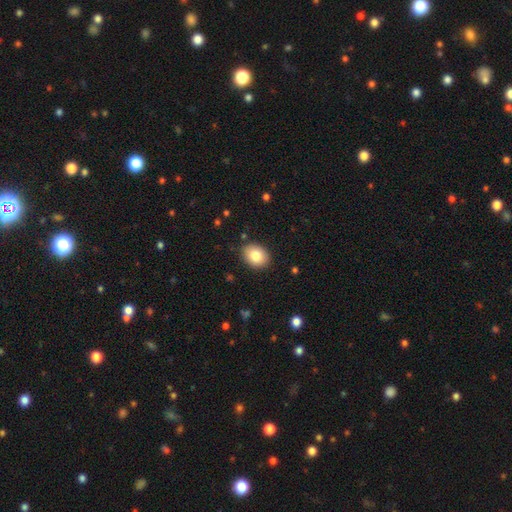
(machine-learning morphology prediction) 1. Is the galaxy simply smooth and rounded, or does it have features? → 82% smooth, 10% featured or disk, 8% star or artifact.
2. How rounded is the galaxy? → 62% in between, 37% round, 1% cigar-shaped.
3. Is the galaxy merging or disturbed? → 88% none, 9% minor disturbance, 2% major disturbance, 1% merger.